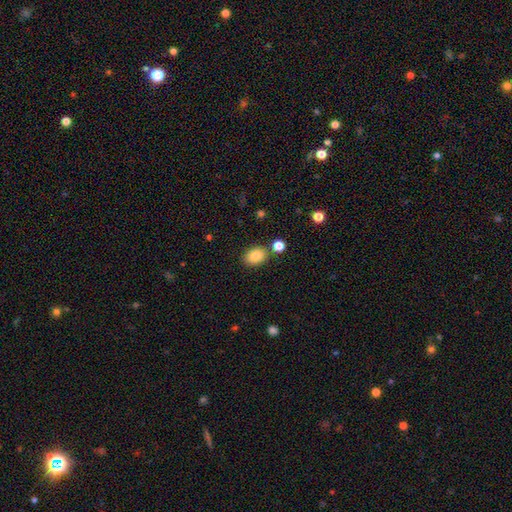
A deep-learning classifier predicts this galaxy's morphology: The model was most divided on "how rounded": in between: 78%, round: 21%, cigar-shaped: 1%. More confident: smooth or featured — smooth (85%); merging — none (80%).